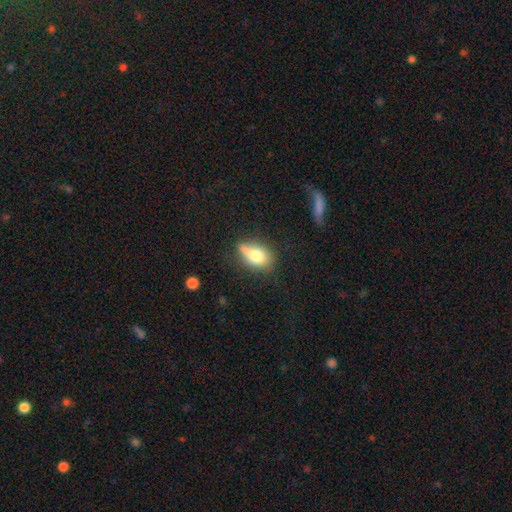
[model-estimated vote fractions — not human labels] Smooth or featured? Predicted: smooth (p=0.72). How rounded? Predicted: in between (p=0.78). Merging? Predicted: none (p=0.48).